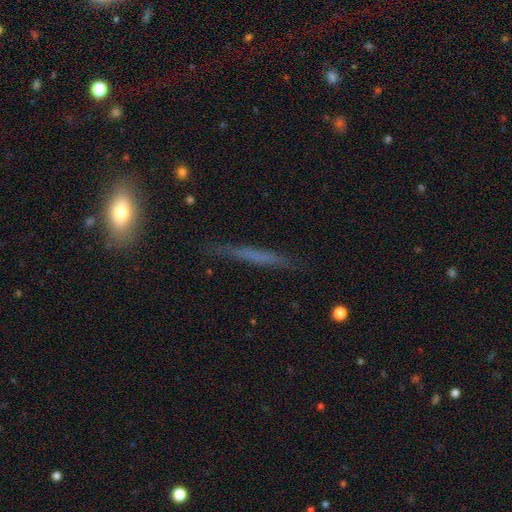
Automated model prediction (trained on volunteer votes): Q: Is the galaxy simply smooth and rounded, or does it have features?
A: smooth — 49%.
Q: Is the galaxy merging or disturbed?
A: none — 84%.